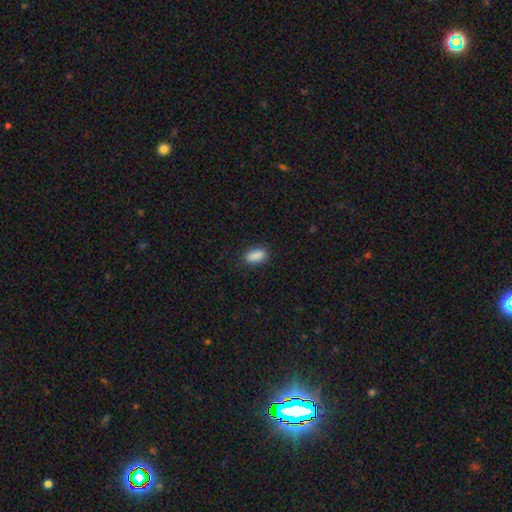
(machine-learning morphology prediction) A smooth galaxy with no disk features (89%) that is in between round and cigar-shaped (84%). Merging: none (85%).